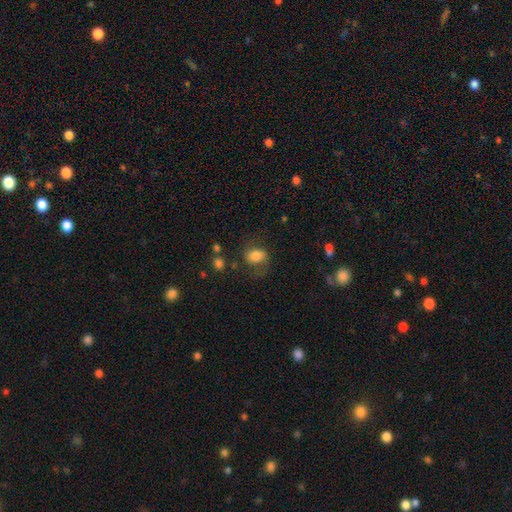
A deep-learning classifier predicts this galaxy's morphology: Smooth or featured? Predicted: smooth (p=0.63). How rounded? Predicted: in between (p=0.64). Merging? Predicted: none (p=0.56).